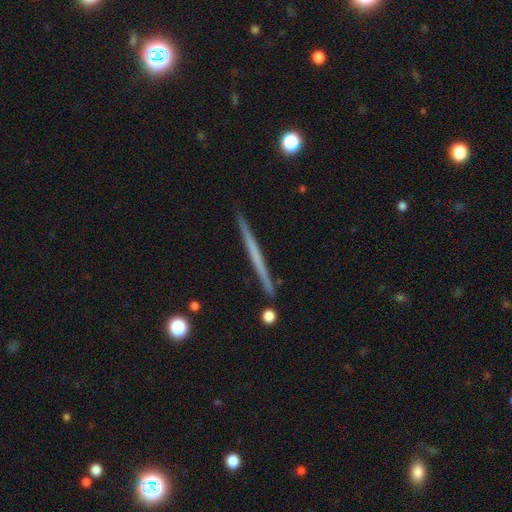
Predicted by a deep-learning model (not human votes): Q: Smooth or featured?
A: featured or disk (57%); runner-up: smooth (38%)
Q: Edge-on disk?
A: yes (98%); runner-up: no (2%)
Q: Edge-on bulge?
A: none (91%); runner-up: rounded (6%)
Q: Merging?
A: none (92%); runner-up: minor disturbance (5%)